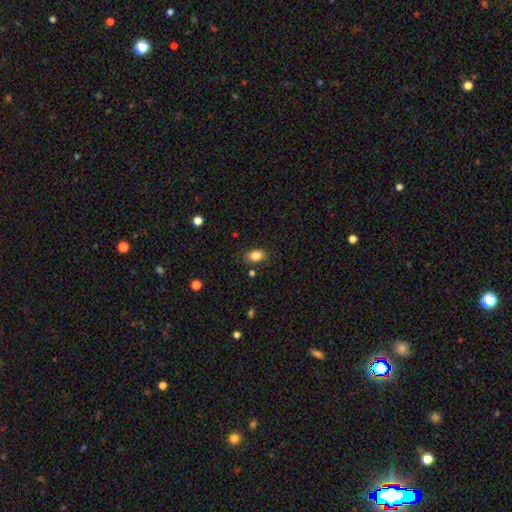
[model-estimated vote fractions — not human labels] The model was most divided on "how rounded": in between: 80%, round: 18%, cigar-shaped: 1%. More confident: smooth or featured — smooth (85%); merging — none (81%).